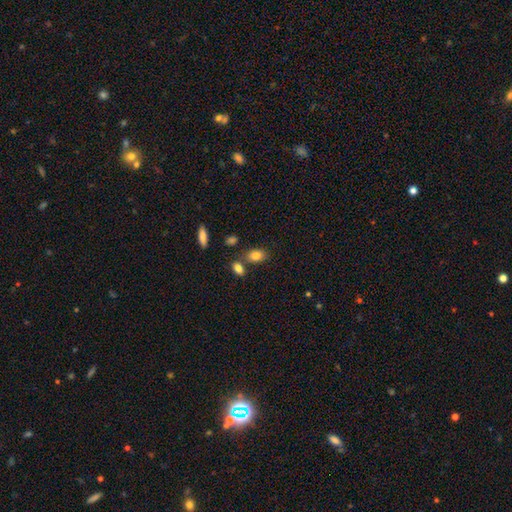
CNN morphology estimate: A smooth galaxy with no disk features (82%) that is in between round and cigar-shaped (84%). Merging: none (66%).